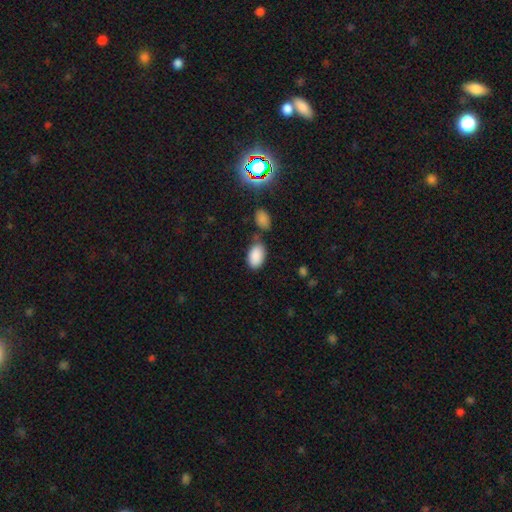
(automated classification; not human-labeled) Smooth or featured? smooth (88%)
How rounded? in between (93%)
Merging? none (64%)